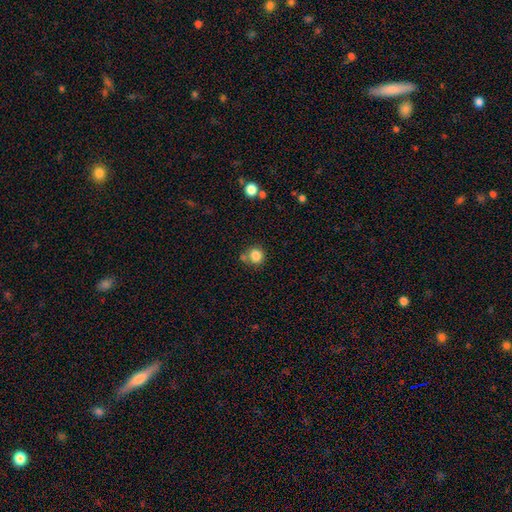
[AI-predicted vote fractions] Smooth or featured?
  - smooth: 85% *
  - star or artifact: 10%
  - featured or disk: 5%
How rounded?
  - round: 89% *
  - in between: 10%
  - cigar-shaped: 1%
Merging?
  - none: 69% *
  - merger: 14%
  - minor disturbance: 12%
  - major disturbance: 4%